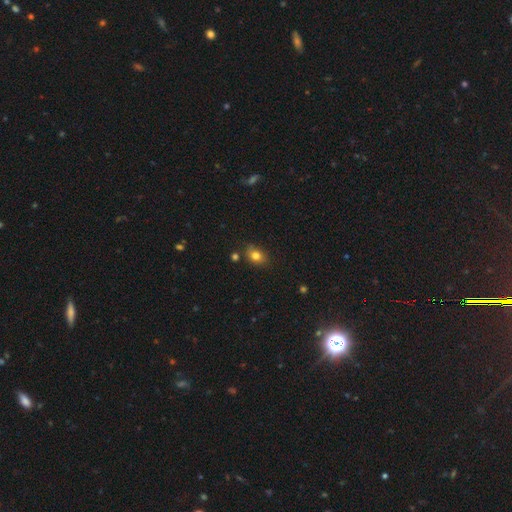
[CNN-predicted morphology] A smooth galaxy with no disk features (81%) that is in between round and cigar-shaped (64%).

Vote fractions:
- Smooth or featured? smooth: 81% / star or artifact: 11% / featured or disk: 8%
- How rounded? in between: 64% / round: 35% / cigar-shaped: 1%
- Merging? none: 77% / minor disturbance: 16% / merger: 4% / major disturbance: 3%